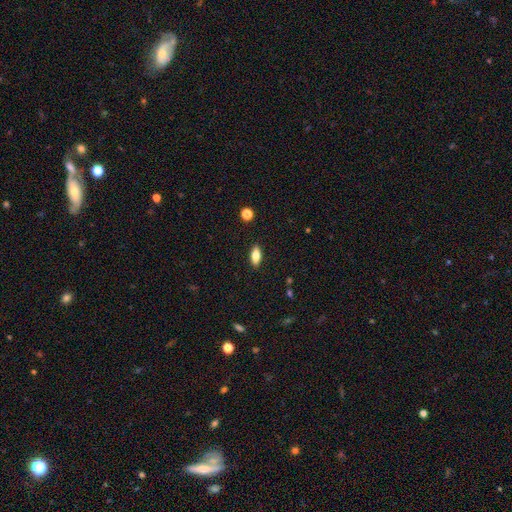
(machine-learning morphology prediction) Smooth or featured? smooth (73%)
How rounded? in between (81%)
Merging? none (89%)